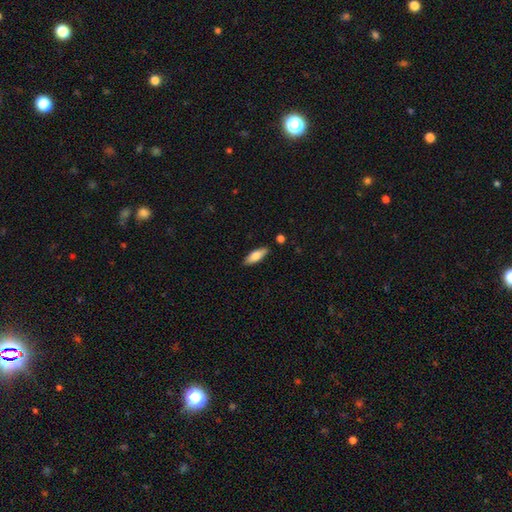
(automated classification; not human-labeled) This is likely a smooth galaxy (78%). How rounded: likely in between (63%). Merging: clearly none (86%).